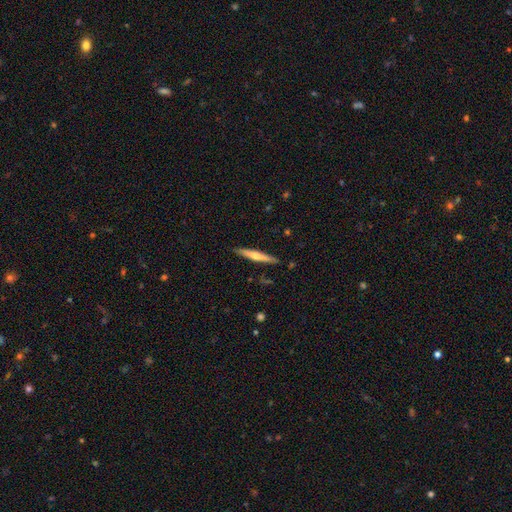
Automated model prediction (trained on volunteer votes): Smooth or featured? featured or disk (54%)
Edge-on disk? yes (96%)
Edge-on bulge? rounded (79%)
Merging? none (89%)